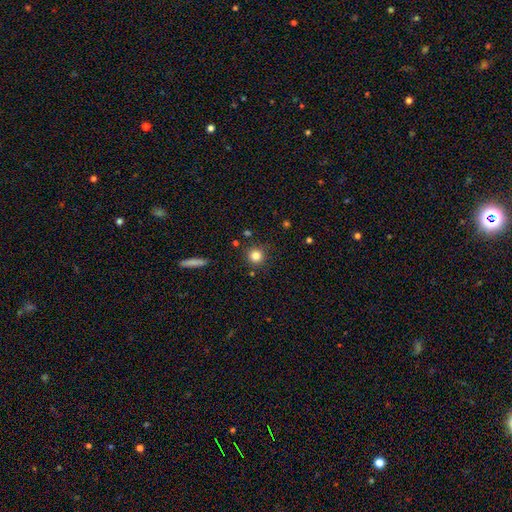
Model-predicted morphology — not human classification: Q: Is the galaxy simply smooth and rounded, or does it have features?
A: smooth — 82%.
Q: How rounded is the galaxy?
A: round — 93%.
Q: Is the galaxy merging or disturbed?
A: none — 86%.